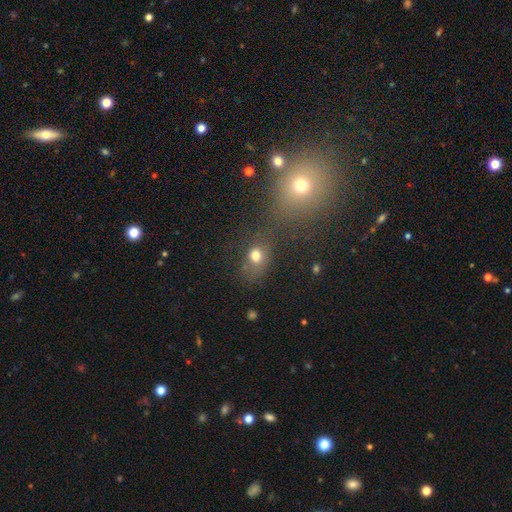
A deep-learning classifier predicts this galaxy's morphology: type=smooth (72%); roundness=round (59%); merging=none (57%).